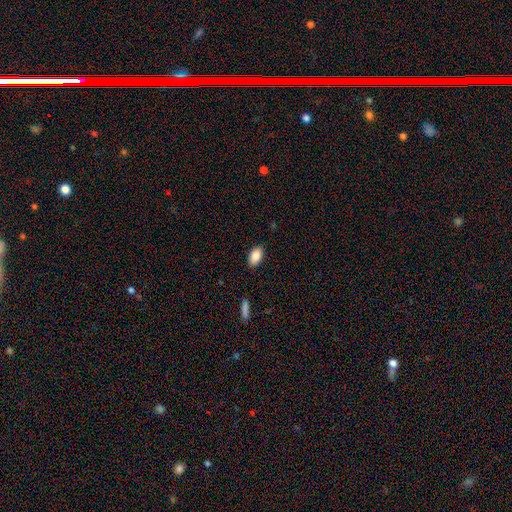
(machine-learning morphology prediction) smooth_or_featured: smooth (p=0.87) [alt: star or artifact p=0.07]
how_rounded: in between (p=0.91) [alt: round p=0.07]
merging: none (p=0.87) [alt: minor disturbance p=0.09]